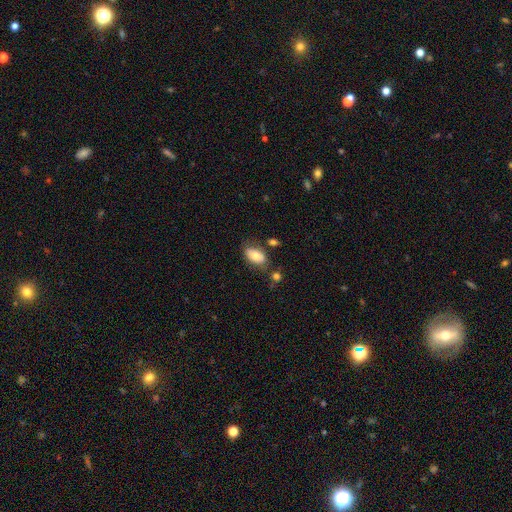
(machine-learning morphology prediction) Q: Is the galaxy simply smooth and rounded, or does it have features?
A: smooth — 76%.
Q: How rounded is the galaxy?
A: in between — 91%.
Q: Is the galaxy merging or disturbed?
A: none — 66%.